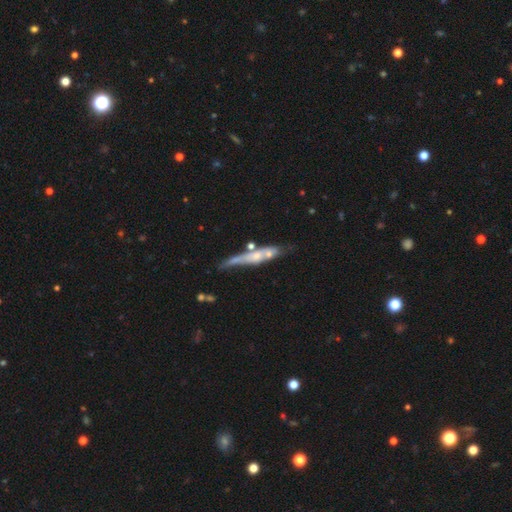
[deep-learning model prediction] The model was most divided on "smooth or featured": featured or disk: 54%, smooth: 39%, star or artifact: 8%. Remaining: edge-on disk — yes (63%); merging — none (40%).